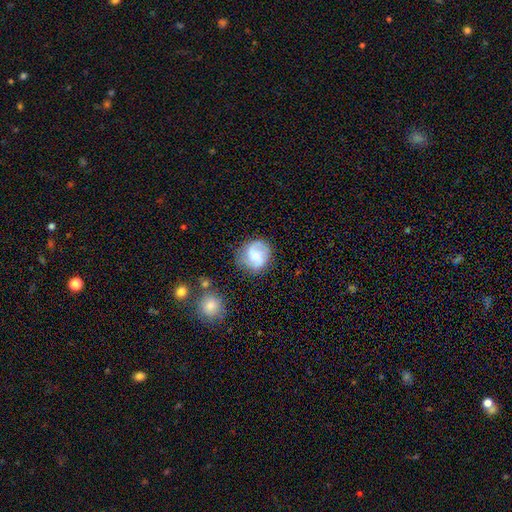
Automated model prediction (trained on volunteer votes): Smooth or featured? Predicted: featured or disk (p=0.65). Edge-on disk? Predicted: no (p=0.98). Bar? Predicted: no (p=0.56). Spiral arms? Predicted: yes (p=0.93). Spiral winding? Predicted: medium (p=0.47). Spiral arm count? Predicted: 2 (p=0.71). Bulge size? Predicted: small (p=0.52). Merging? Predicted: none (p=0.74).